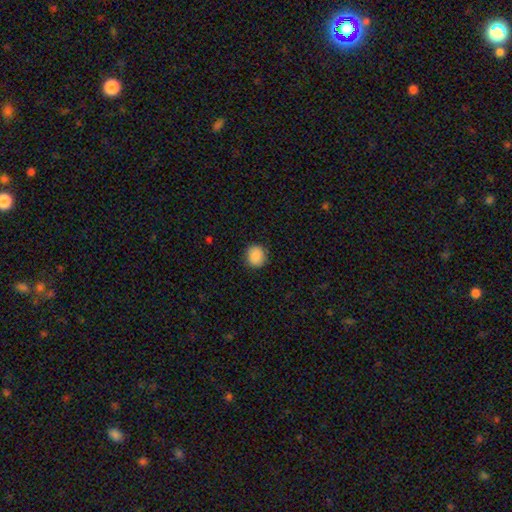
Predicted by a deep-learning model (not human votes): This is clearly a smooth galaxy (89%). How rounded: clearly round (84%). Merging: clearly none (88%).